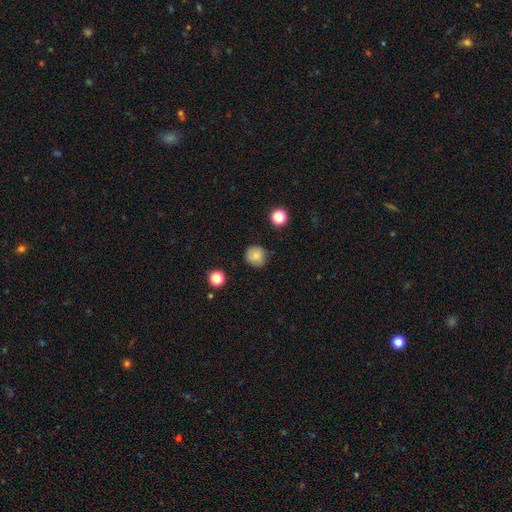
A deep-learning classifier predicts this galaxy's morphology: Smooth or featured? Predicted: smooth (p=0.82). How rounded? Predicted: round (p=0.89). Merging? Predicted: none (p=0.79).